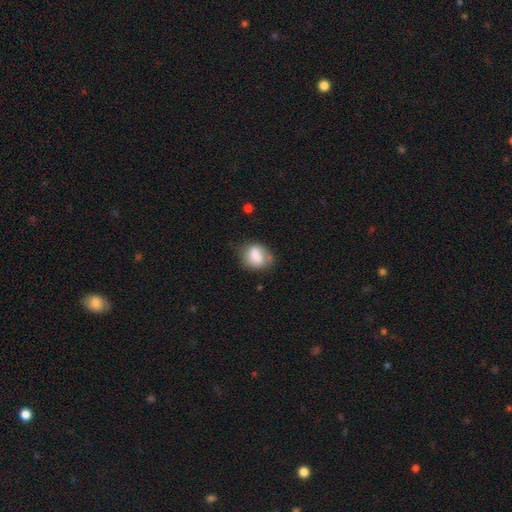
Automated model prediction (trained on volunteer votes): Smooth or featured: smooth — 77% (featured or disk — 14%)
How rounded: in between — 55% (round — 44%)
Merging: none — 53% (minor disturbance — 30%)